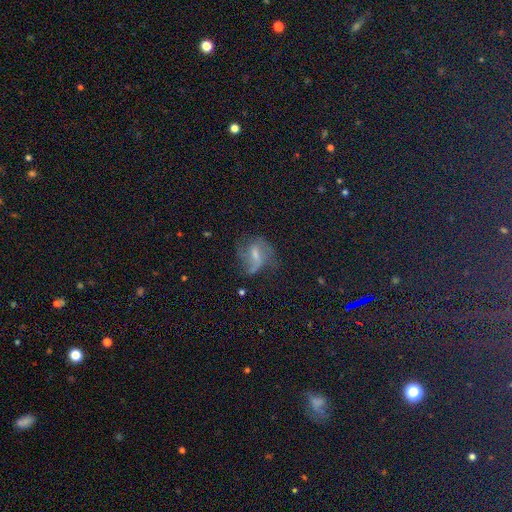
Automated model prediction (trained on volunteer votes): smooth-or-featured: featured or disk: 57% | smooth: 28% | star or artifact: 14%
  disk-edge-on: no: 95% | yes: 5%
    bar: weak: 50% | no: 27% | strong: 24%
    has-spiral-arms: yes: 74% | no: 26%
    bulge-size: small: 43% | moderate: 38% | none: 13% | large: 5% | dominant: 2%
  merging: none: 45% | major disturbance: 28% | minor disturbance: 24% | merger: 4%